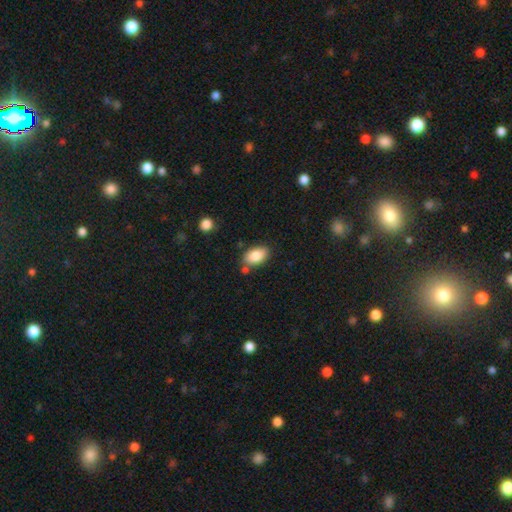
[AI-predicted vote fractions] A smooth galaxy with no disk features (85%) that is in between round and cigar-shaped (91%). Merging: none (72%).